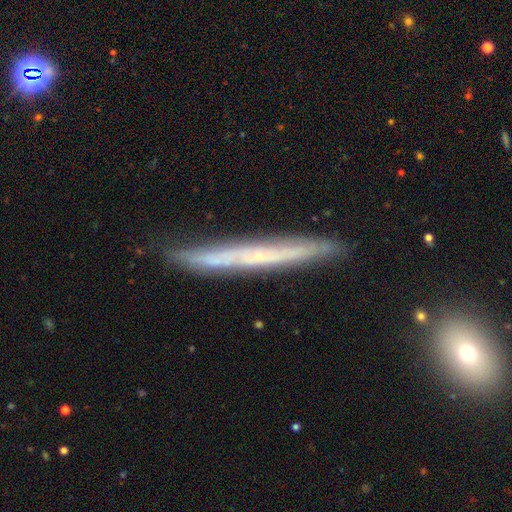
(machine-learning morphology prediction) type=featured or disk (66%); edge-on=yes (92%); edge-on bulge=none (78%); merging=none (83%).